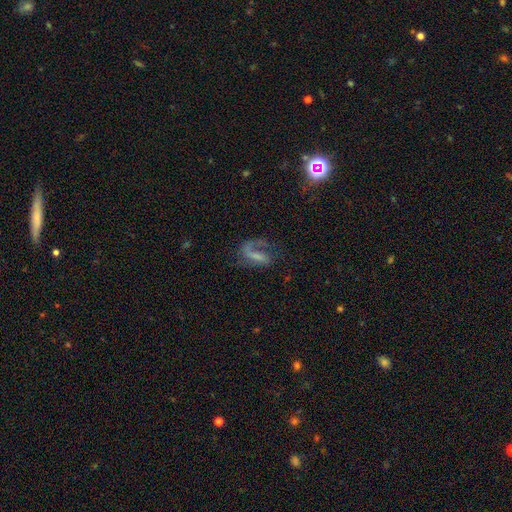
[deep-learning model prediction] Smooth or featured? featured or disk (70%)
Edge-on disk? no (95%)
Bar? weak (38%)
Spiral arms? yes (87%)
Spiral winding? loose (44%)
Spiral arm count? 1 (54%)
Bulge size? none (43%)
Merging? none (51%)